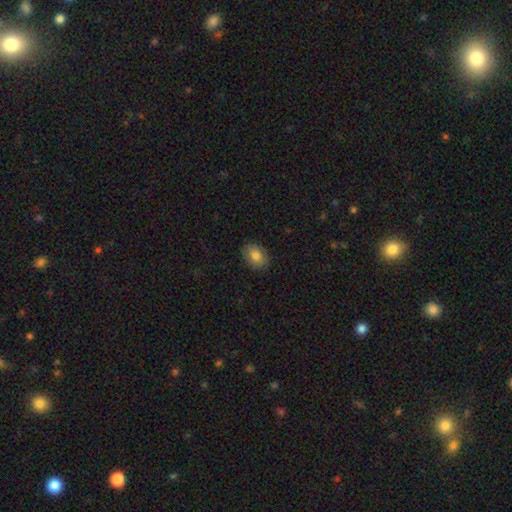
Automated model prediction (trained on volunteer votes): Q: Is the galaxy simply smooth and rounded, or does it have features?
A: smooth — 82%.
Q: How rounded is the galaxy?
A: in between — 72%.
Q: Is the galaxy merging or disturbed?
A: none — 86%.